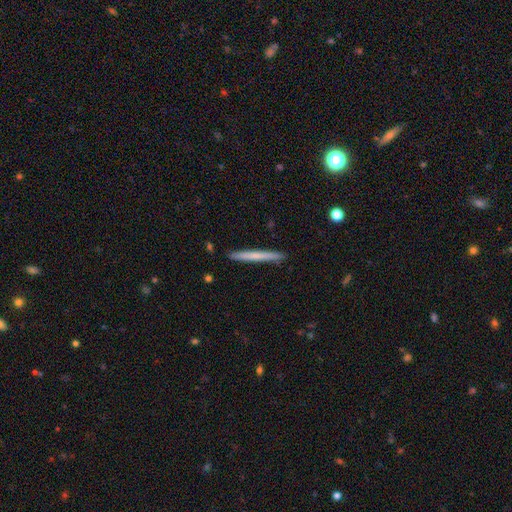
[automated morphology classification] Overall: smooth (58%; featured or disk 36%). How rounded: cigar-shaped (97%). Merging: none (92%).